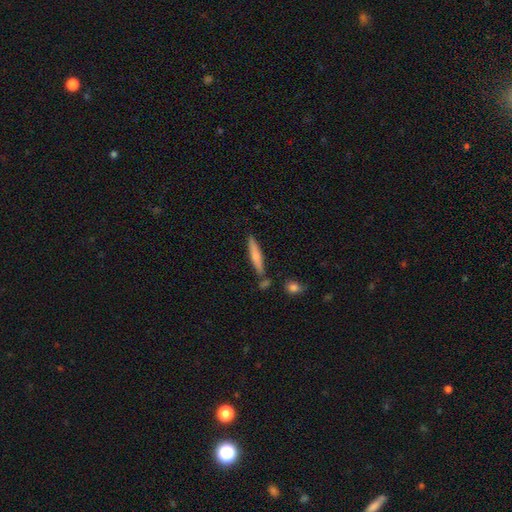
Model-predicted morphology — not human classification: This appears to be a smooth galaxy with no disk features (64%) that is cigar-shaped (90%). Merging: none (80%).